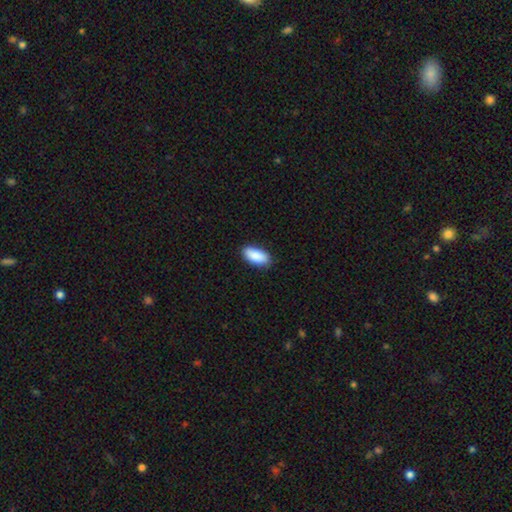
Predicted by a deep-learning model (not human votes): smooth_or_featured: smooth (p=0.90) [alt: star or artifact p=0.06]
how_rounded: in between (p=0.91) [alt: cigar-shaped p=0.07]
merging: none (p=0.86) [alt: minor disturbance p=0.11]